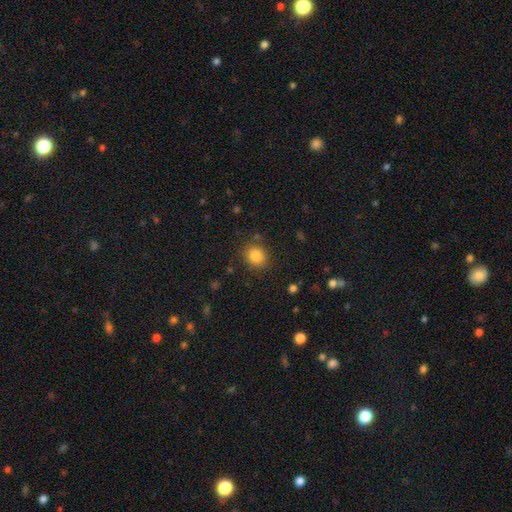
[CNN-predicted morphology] Smooth or featured? Predicted: smooth (p=0.84). How rounded? Predicted: round (p=0.80). Merging? Predicted: none (p=0.86).